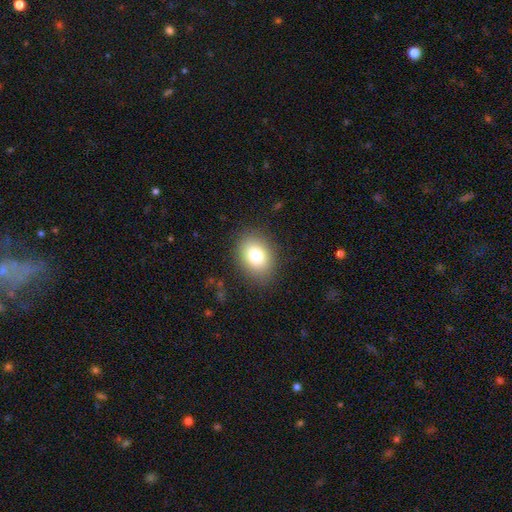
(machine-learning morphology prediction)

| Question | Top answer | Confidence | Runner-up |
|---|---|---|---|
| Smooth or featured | smooth | 80% | featured or disk (10%) |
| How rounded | in between | 71% | round (28%) |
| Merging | none | 85% | minor disturbance (10%) |